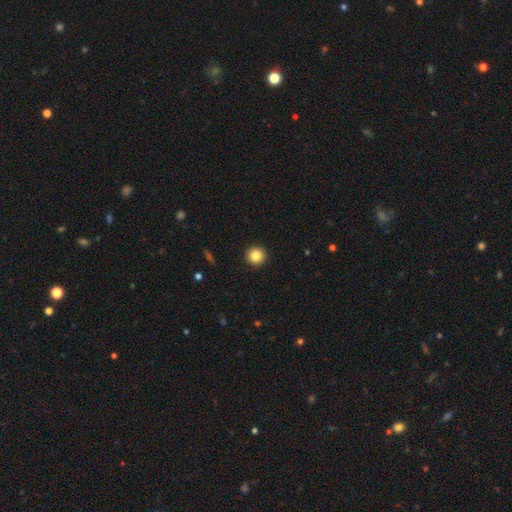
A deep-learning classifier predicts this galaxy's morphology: The model was most divided on "smooth or featured": smooth: 85%, star or artifact: 10%, featured or disk: 5%. More confident: how rounded — round (95%); merging — none (93%).